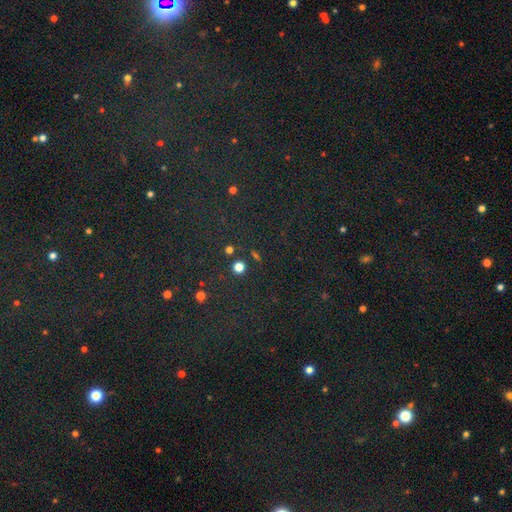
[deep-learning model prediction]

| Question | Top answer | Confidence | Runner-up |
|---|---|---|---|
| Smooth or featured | star or artifact | 81% | smooth (12%) |